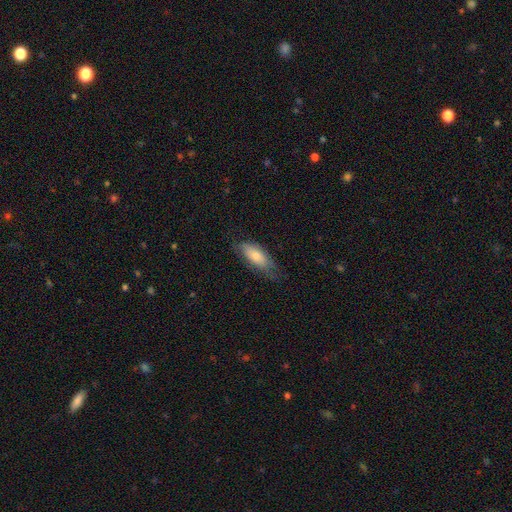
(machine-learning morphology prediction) This appears to be a smooth galaxy with no disk features (71%) that is in between round and cigar-shaped (77%). Merging: none (62%).